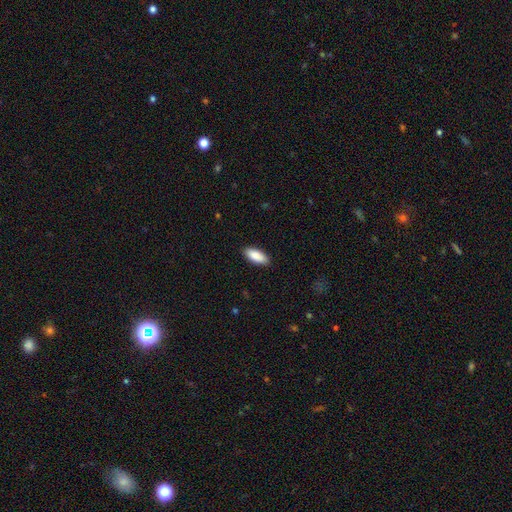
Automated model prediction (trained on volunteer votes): Morphology: type=smooth (88%); roundness=in between (82%); merging=none (89%).